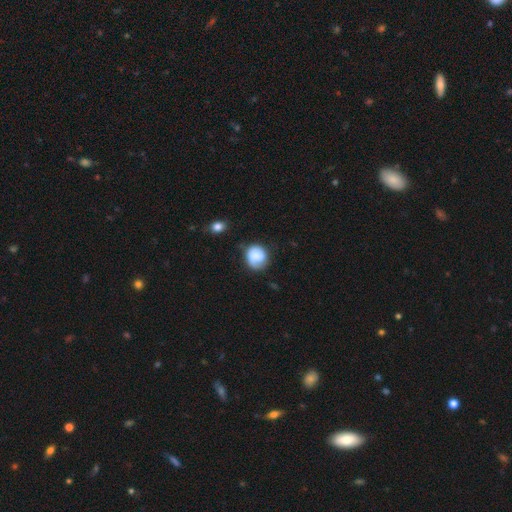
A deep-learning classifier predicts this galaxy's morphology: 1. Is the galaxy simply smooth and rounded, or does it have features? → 76% smooth, 16% featured or disk, 8% star or artifact.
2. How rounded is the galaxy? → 75% round, 24% in between, 1% cigar-shaped.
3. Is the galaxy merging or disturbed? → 58% none, 28% minor disturbance, 11% major disturbance, 3% merger.